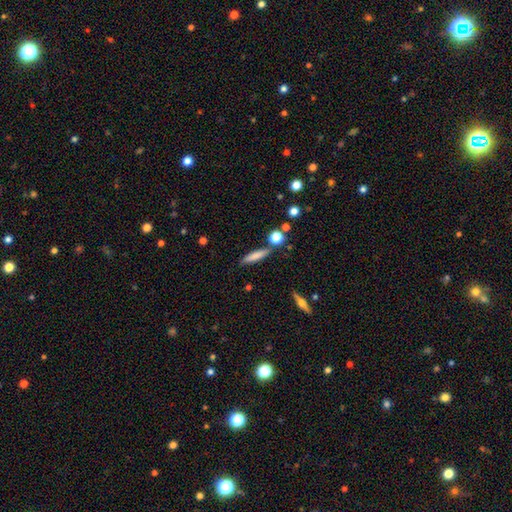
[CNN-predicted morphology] Smooth or featured? Predicted: smooth (p=0.74). How rounded? Predicted: cigar-shaped (p=0.82). Merging? Predicted: none (p=0.77).